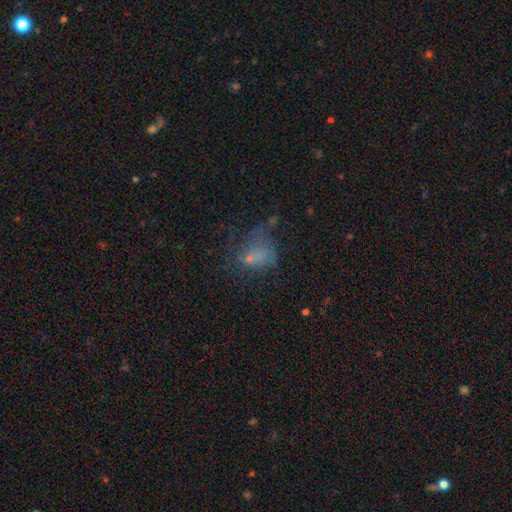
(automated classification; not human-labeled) Smooth or featured? Predicted: smooth (p=0.44). Merging? Predicted: none (p=0.37).